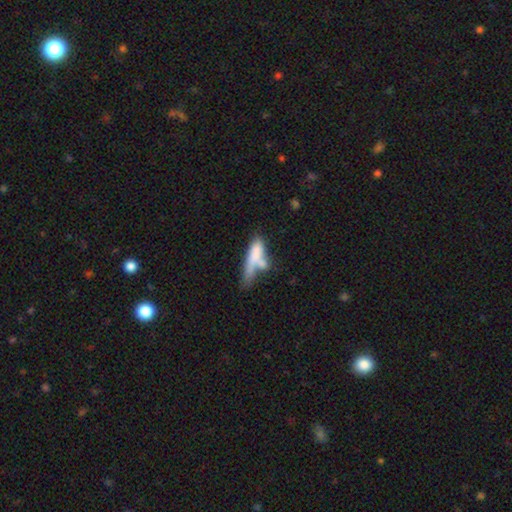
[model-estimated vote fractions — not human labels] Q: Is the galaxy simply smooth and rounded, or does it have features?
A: smooth — 68%.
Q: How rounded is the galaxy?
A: cigar-shaped — 57%.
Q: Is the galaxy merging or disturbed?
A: merger — 46%.